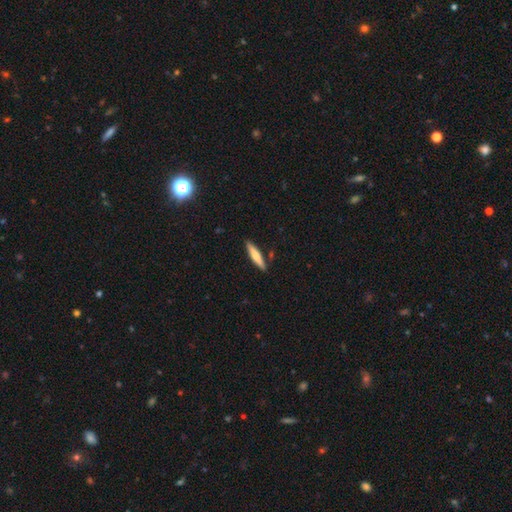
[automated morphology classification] smooth-or-featured: smooth: 60% | featured or disk: 34% | star or artifact: 5%
  how-rounded: cigar-shaped: 87% | in between: 12% | round: 1%
  merging: none: 86% | minor disturbance: 9% | merger: 3% | major disturbance: 2%